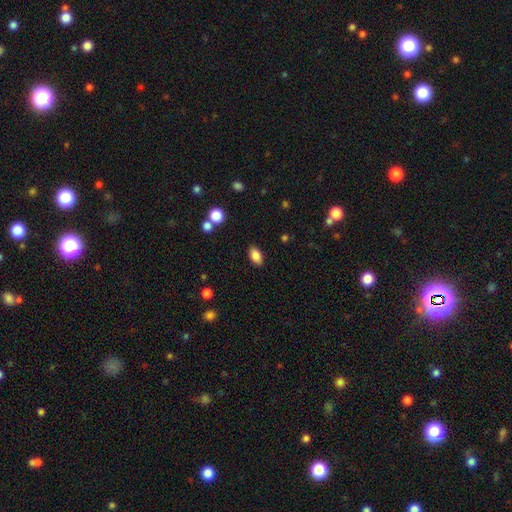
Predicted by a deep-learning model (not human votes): This is clearly a smooth galaxy (85%). How rounded: clearly in between (91%). Merging: clearly none (87%).